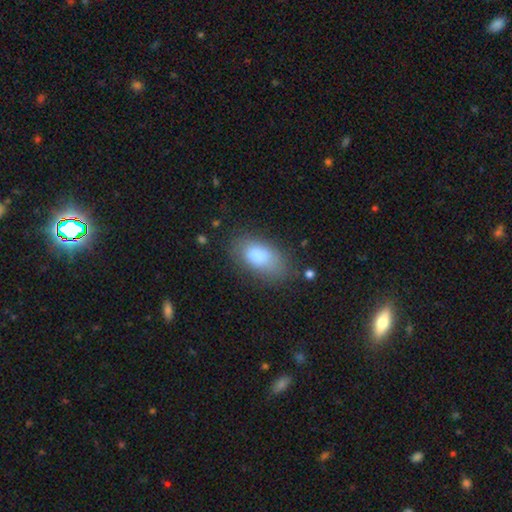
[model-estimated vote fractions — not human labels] Morphology: type=smooth (83%); roundness=in between (92%); merging=none (71%).